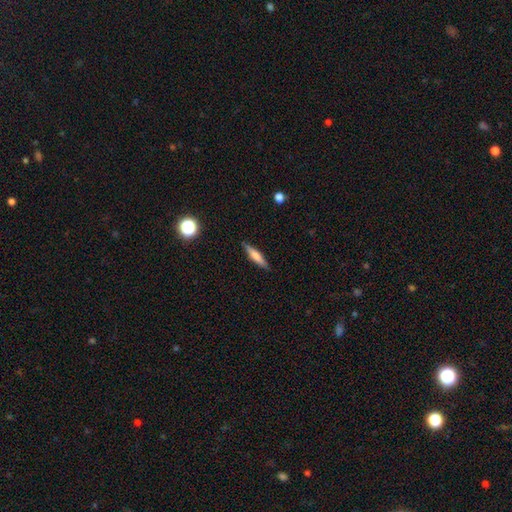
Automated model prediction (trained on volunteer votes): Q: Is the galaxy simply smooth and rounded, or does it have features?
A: smooth — 63%.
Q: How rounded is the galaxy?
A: cigar-shaped — 84%.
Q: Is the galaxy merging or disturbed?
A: none — 88%.